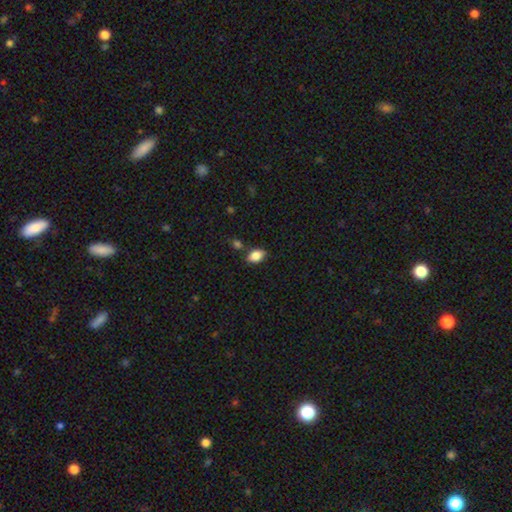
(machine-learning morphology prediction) A smooth galaxy with no disk features (85%) that is in between round and cigar-shaped (87%).

Vote fractions:
- Smooth or featured? smooth: 85% / star or artifact: 8% / featured or disk: 7%
- How rounded? in between: 87% / round: 11% / cigar-shaped: 2%
- Merging? none: 76% / minor disturbance: 14% / merger: 7% / major disturbance: 3%